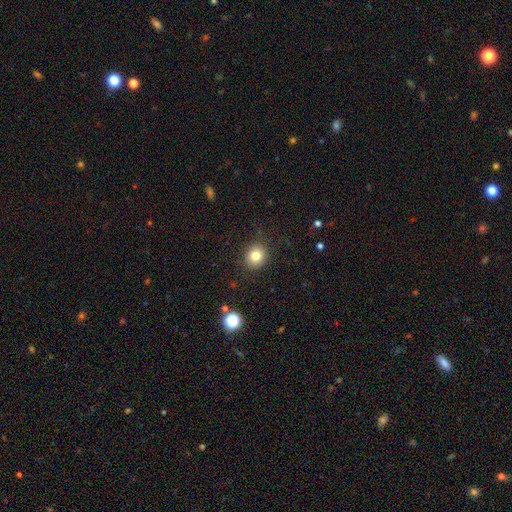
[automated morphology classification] smooth 80%, star or artifact 12%, featured or disk 8%. Down the decision tree: how rounded — round (80%); merging — none (88%).